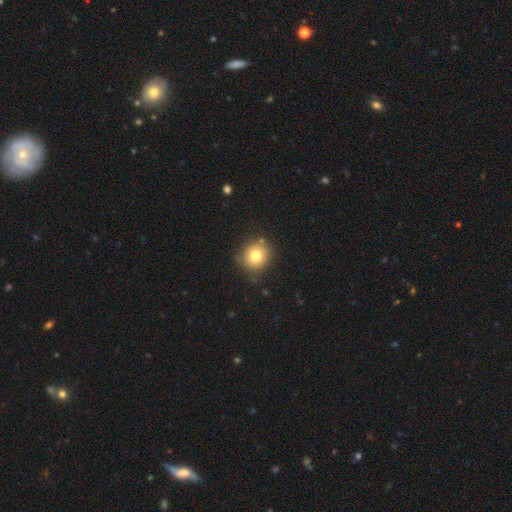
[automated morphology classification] smooth 77%, star or artifact 12%, featured or disk 11%. Down the decision tree: how rounded — round (89%); merging — none (85%).